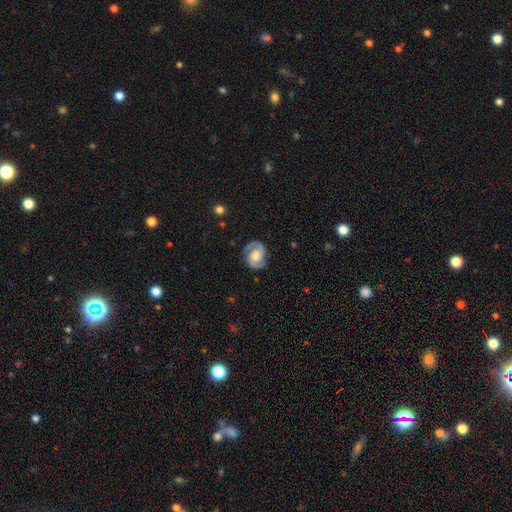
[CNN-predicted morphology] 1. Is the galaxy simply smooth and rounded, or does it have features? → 85% featured or disk, 9% smooth, 5% star or artifact.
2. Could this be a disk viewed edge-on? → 98% no, 2% yes.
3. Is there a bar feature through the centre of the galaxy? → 56% no, 34% weak, 9% strong.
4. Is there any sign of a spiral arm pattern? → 97% yes, 3% no.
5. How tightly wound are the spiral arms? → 49% medium, 39% tight, 12% loose.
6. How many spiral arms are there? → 92% 2, 3% can't tell, 2% 1, 1% 3, 1% 4, 1% more than 4.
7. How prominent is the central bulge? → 45% moderate, 28% large, 15% small, 8% none, 3% dominant.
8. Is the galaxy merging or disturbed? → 81% none, 13% minor disturbance, 4% major disturbance, 1% merger.